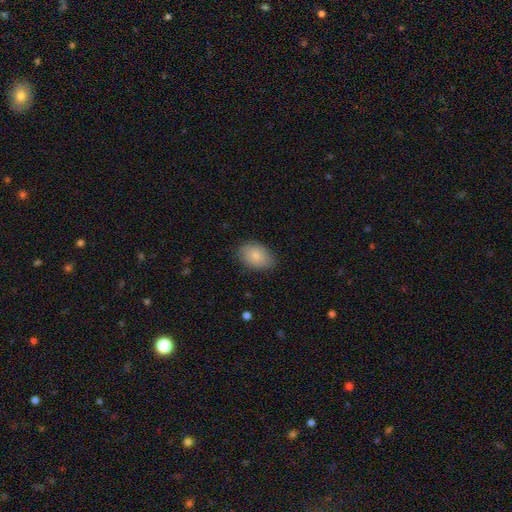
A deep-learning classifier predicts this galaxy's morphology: This is likely a smooth galaxy (80%). How rounded: clearly in between (81%). Merging: likely none (79%).